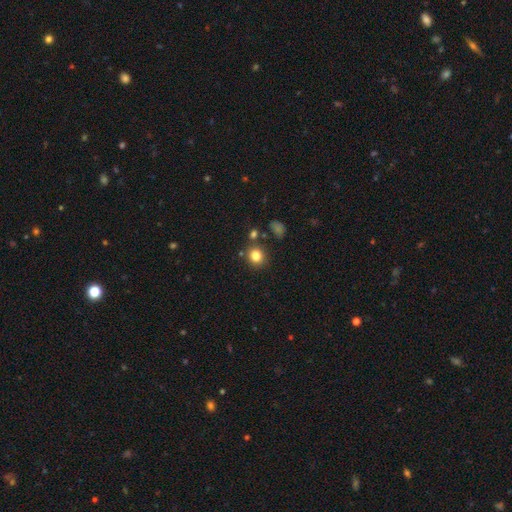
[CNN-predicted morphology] smooth_or_featured: smooth (p=0.82) [alt: star or artifact p=0.12]
how_rounded: round (p=0.81) [alt: in between p=0.18]
merging: none (p=0.81) [alt: minor disturbance p=0.09]